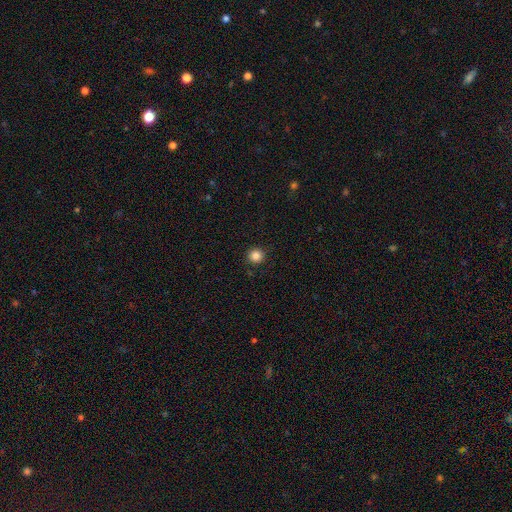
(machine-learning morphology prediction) Smooth or featured? smooth (84%)
How rounded? round (95%)
Merging? none (91%)